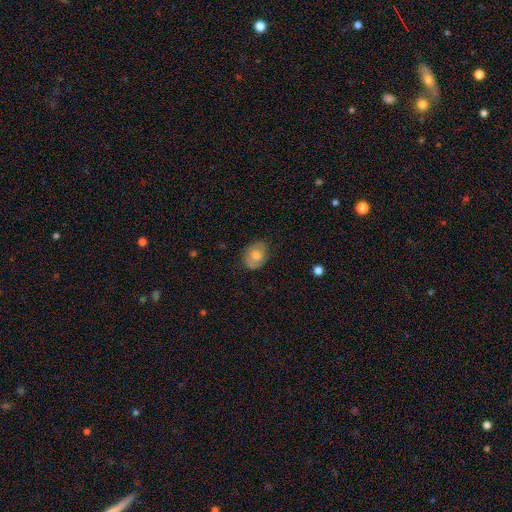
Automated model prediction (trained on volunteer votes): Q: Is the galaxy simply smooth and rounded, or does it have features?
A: smooth — 59%.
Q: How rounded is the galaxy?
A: in between — 68%.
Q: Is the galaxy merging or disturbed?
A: none — 75%.